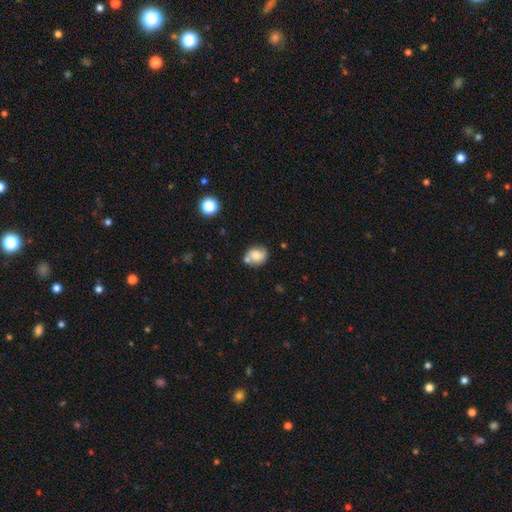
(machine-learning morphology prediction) This appears to be a smooth galaxy with no disk features (62%) that is round (55%). Merging: none (53%).